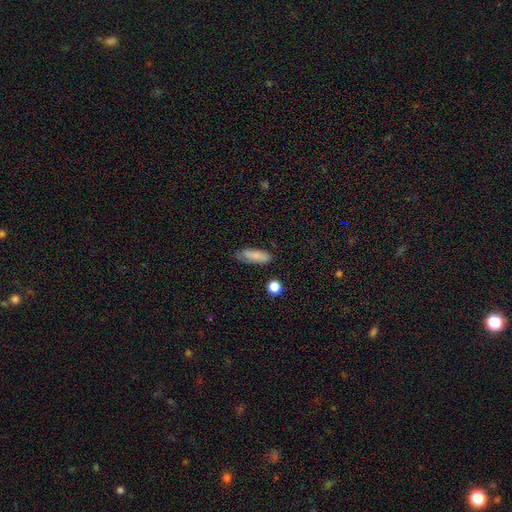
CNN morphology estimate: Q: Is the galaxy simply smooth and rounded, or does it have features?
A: smooth — 83%.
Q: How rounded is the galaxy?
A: in between — 57%.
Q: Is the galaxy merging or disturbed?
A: none — 70%.